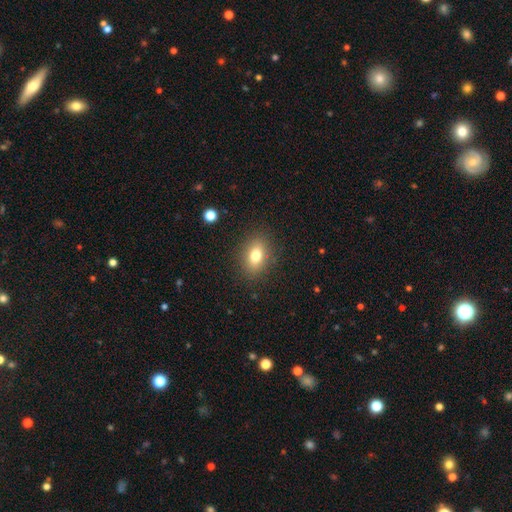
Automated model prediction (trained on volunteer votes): The model was most divided on "how rounded": in between: 76%, round: 21%, cigar-shaped: 3%. More confident: merging — none (87%); smooth or featured — smooth (76%).